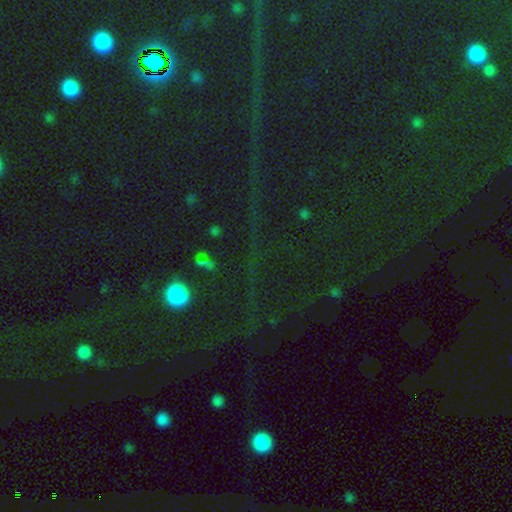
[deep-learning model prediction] smooth-or-featured: star or artifact: 77% | smooth: 14% | featured or disk: 9%